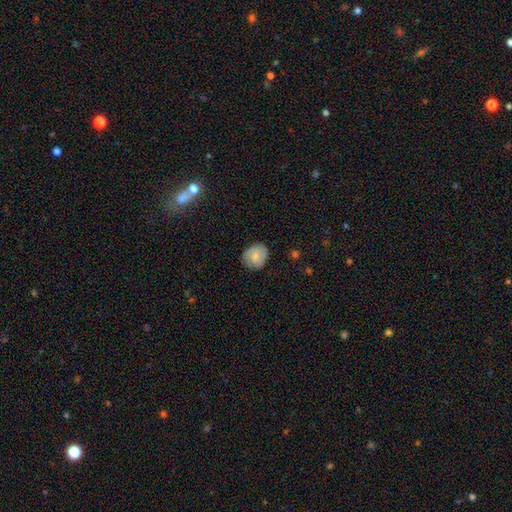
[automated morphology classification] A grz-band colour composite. It shows a smooth galaxy with no disk features (71%) that is round (66%). Merging: none (78%).